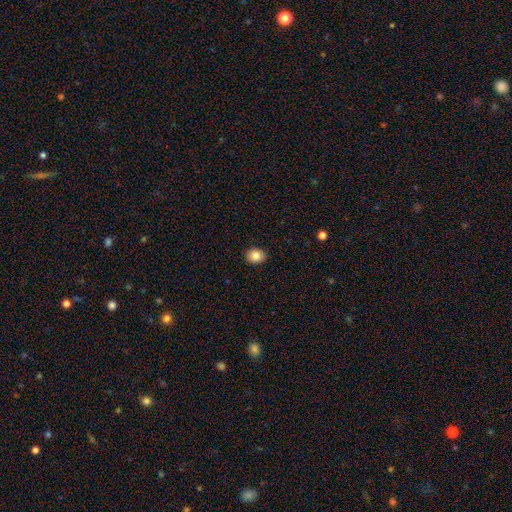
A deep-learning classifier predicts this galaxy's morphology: smooth-or-featured: smooth: 84% | star or artifact: 9% | featured or disk: 7%
  how-rounded: round: 52% | in between: 47% | cigar-shaped: 1%
  merging: none: 91% | minor disturbance: 6% | major disturbance: 2% | merger: 1%